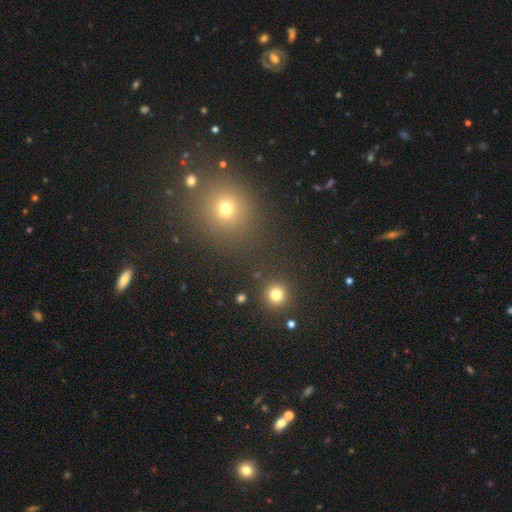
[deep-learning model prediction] This appears to be a smooth galaxy with no disk features (48%). Merging: none (84%).